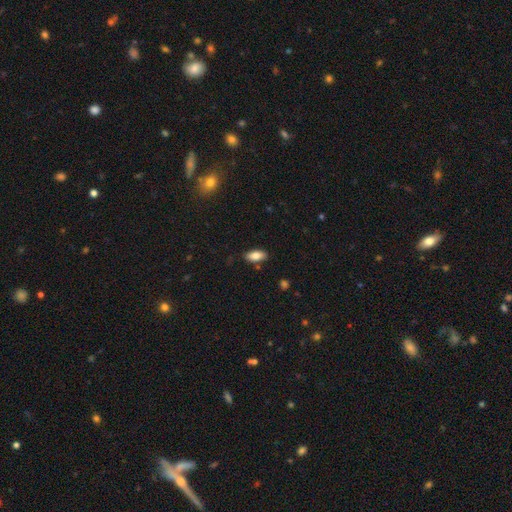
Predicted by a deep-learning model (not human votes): A smooth galaxy with no disk features (82%) that is in between round and cigar-shaped (89%).

Vote fractions:
- Smooth or featured? smooth: 82% / featured or disk: 11% / star or artifact: 7%
- How rounded? in between: 89% / cigar-shaped: 8% / round: 3%
- Merging? none: 84% / minor disturbance: 11% / major disturbance: 2% / merger: 2%